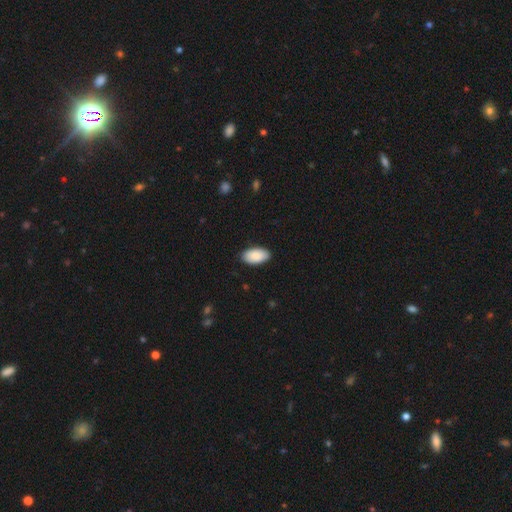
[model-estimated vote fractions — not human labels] Overall: smooth (90%). How rounded: in between (96%). Merging: none (88%).